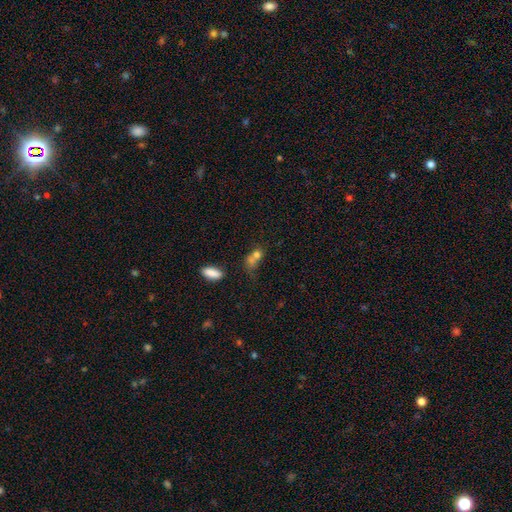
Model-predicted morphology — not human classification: Smooth or featured?
  - smooth: 71% *
  - featured or disk: 14%
  - star or artifact: 14%
How rounded?
  - in between: 51% *
  - round: 43%
  - cigar-shaped: 6%
Merging?
  - merger: 50% *
  - none: 28%
  - minor disturbance: 12%
  - major disturbance: 11%